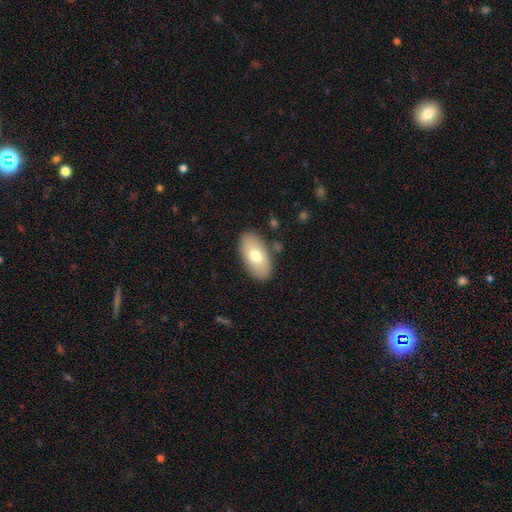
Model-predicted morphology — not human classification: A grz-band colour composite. It shows a smooth galaxy with no disk features (70%) that is in between round and cigar-shaped (93%). Merging: none (84%).